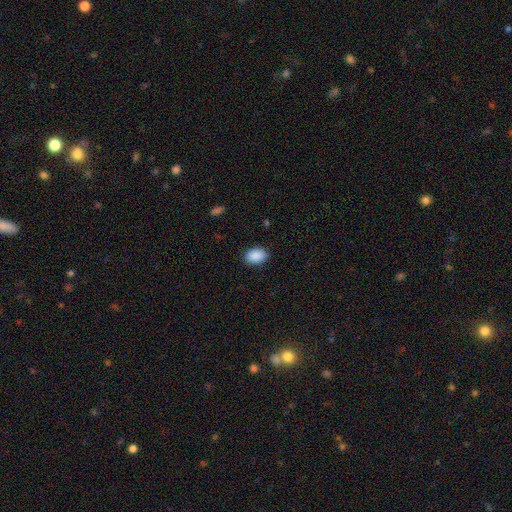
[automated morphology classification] smooth 90%, star or artifact 7%, featured or disk 3%. Down the decision tree: how rounded — in between (81%); merging — none (89%).